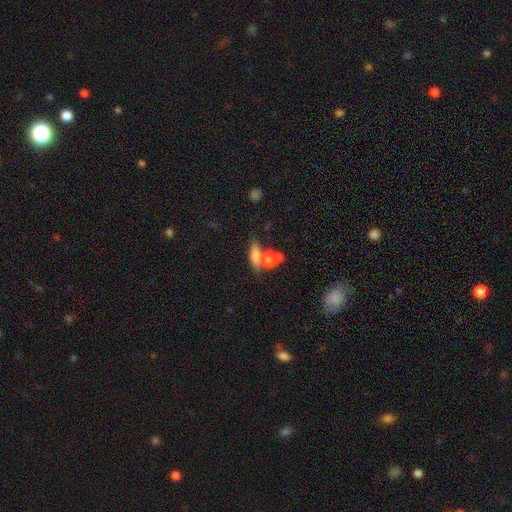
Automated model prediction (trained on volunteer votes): Smooth or featured? smooth (65%)
How rounded? cigar-shaped (43%)
Merging? none (57%)